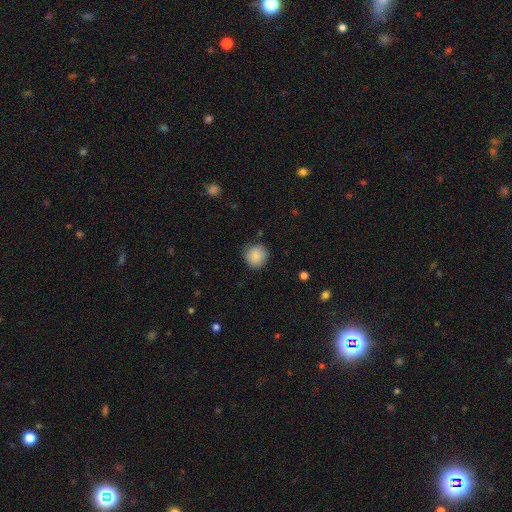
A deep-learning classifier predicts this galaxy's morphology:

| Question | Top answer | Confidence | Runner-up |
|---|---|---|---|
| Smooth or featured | smooth | 86% | star or artifact (8%) |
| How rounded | round | 91% | in between (8%) |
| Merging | none | 82% | minor disturbance (14%) |